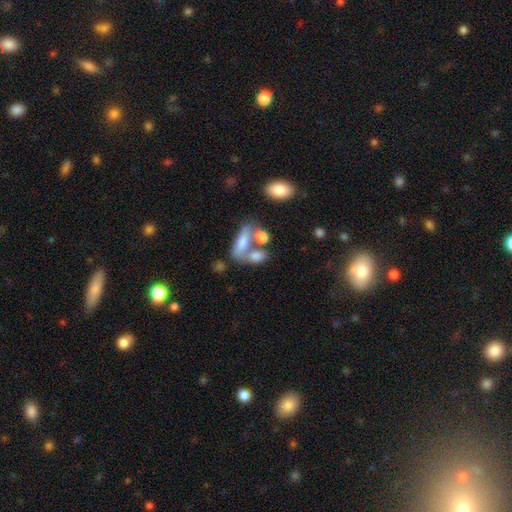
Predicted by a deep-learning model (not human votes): This appears to be a smooth galaxy with no disk features (70%) that is in between round and cigar-shaped (82%). Merging: merger (52%).